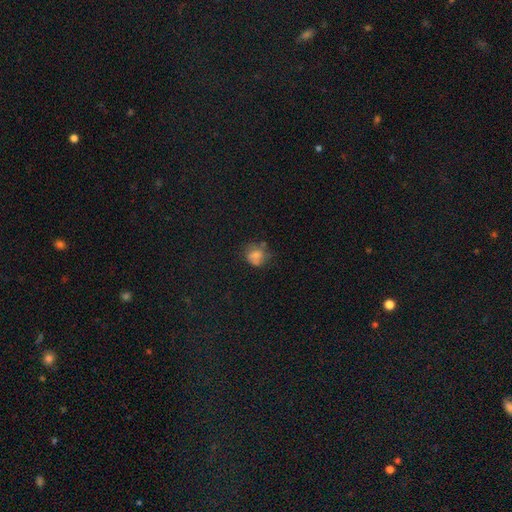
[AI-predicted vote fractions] A smooth galaxy with no disk features (67%) that is round (69%).

Vote fractions:
- Smooth or featured? smooth: 67% / featured or disk: 18% / star or artifact: 15%
- How rounded? round: 69% / in between: 30% / cigar-shaped: 1%
- Merging? none: 53% / minor disturbance: 27% / major disturbance: 14% / merger: 6%